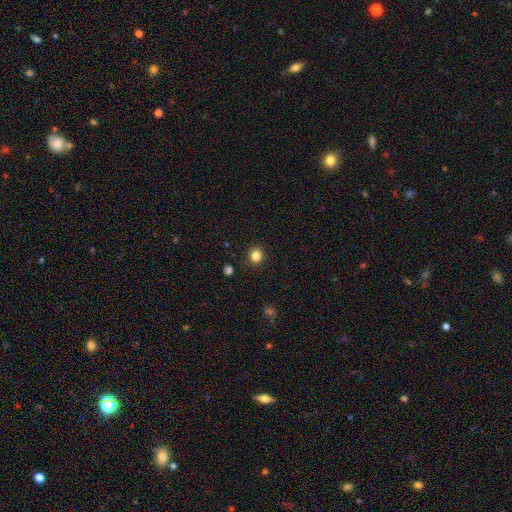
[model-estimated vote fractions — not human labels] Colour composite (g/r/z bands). It shows a smooth galaxy with no disk features (83%) that is round (91%). Merging: none (90%).